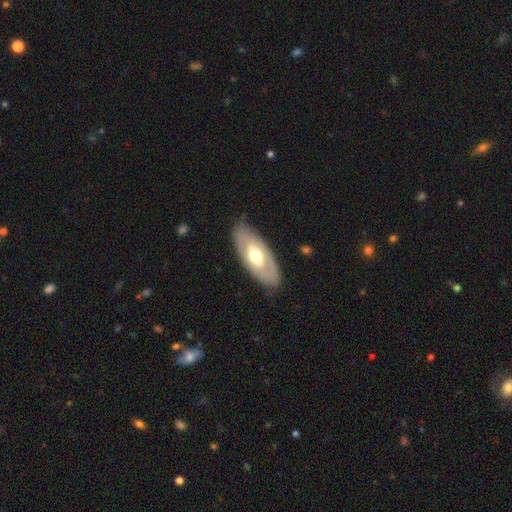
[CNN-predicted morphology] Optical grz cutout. It shows a featured or disk galaxy (53%). Merging: none (83%).